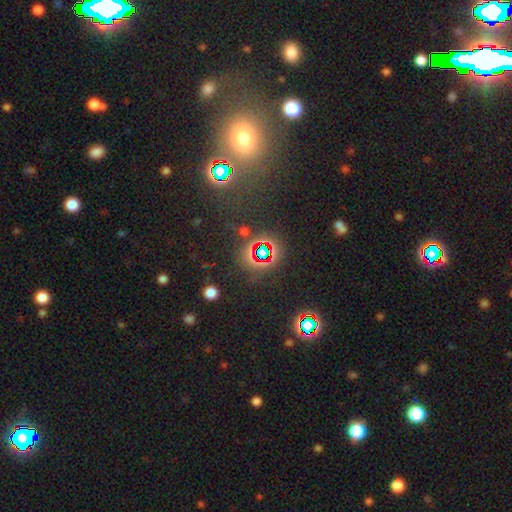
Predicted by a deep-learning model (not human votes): This appears to be a star or artifact, not a galaxy (69%).